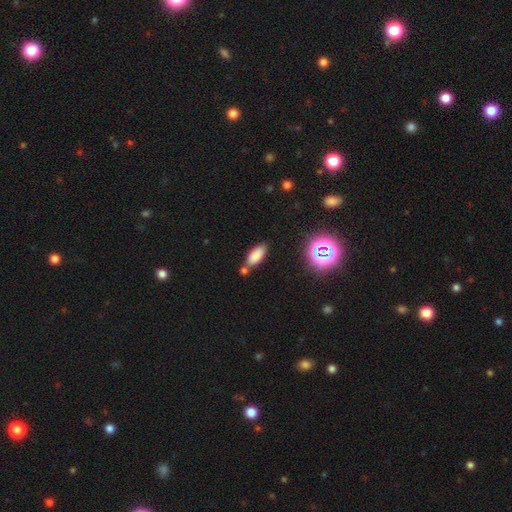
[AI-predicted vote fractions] A smooth galaxy with no disk features (80%) that is in between round and cigar-shaped (85%). Merging: none (67%).